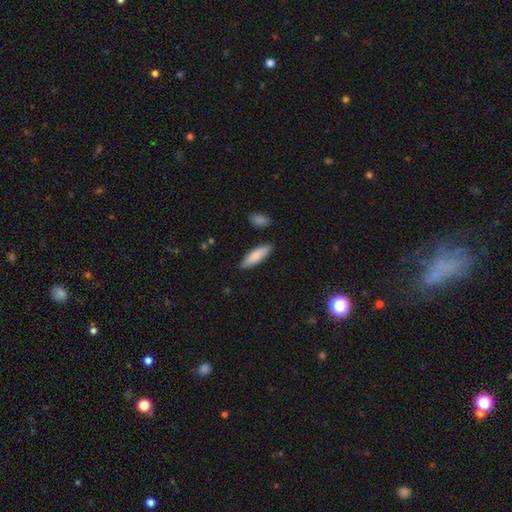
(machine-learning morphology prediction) Smooth or featured: smooth — 83% (featured or disk — 12%)
How rounded: cigar-shaped — 50% (in between — 49%)
Merging: none — 85% (minor disturbance — 10%)